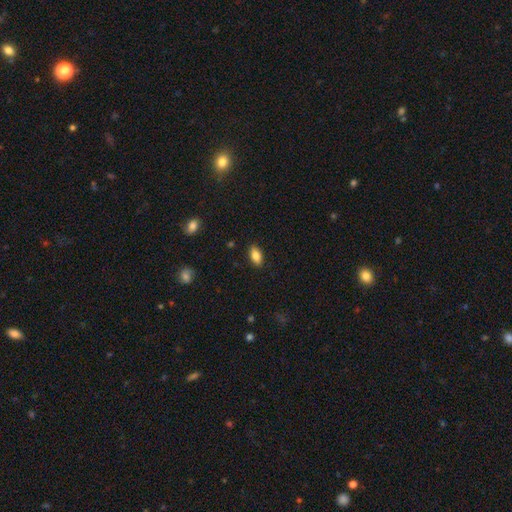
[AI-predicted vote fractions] Smooth or featured?
  - smooth: 84% *
  - star or artifact: 8%
  - featured or disk: 8%
How rounded?
  - in between: 91% *
  - cigar-shaped: 6%
  - round: 4%
Merging?
  - none: 88% *
  - minor disturbance: 9%
  - major disturbance: 2%
  - merger: 1%